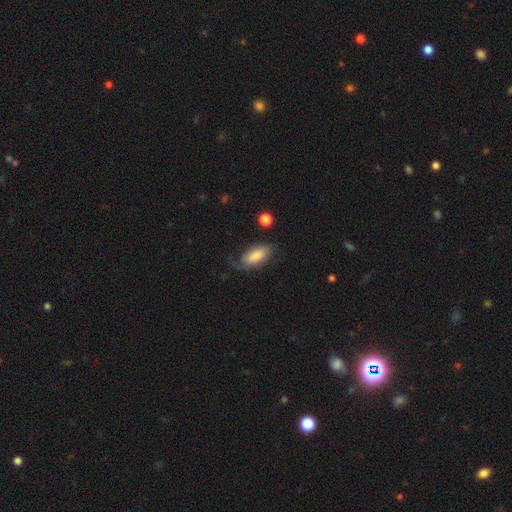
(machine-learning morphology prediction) Smooth or featured: smooth — 67% (featured or disk — 26%)
How rounded: in between — 90% (cigar-shaped — 7%)
Merging: none — 52% (minor disturbance — 26%)